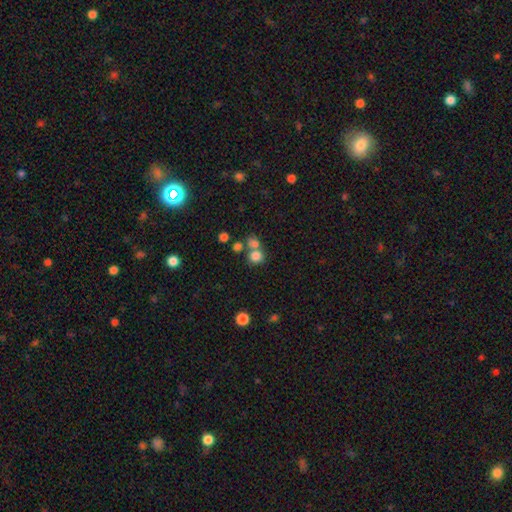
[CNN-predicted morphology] A smooth galaxy with no disk features (77%) that is round (80%). Merging: none (51%).